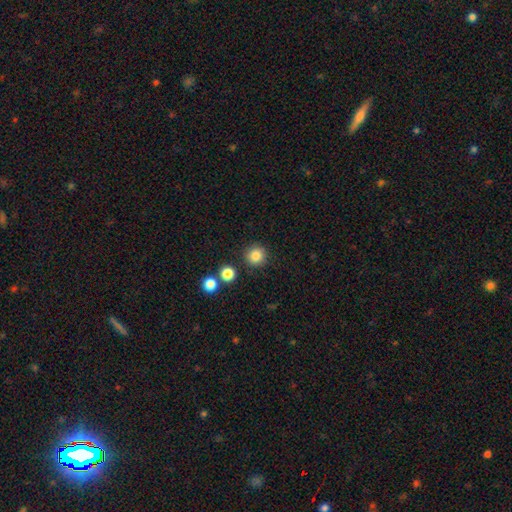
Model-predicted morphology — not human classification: This appears to be a smooth galaxy with no disk features (84%) that is round (94%). Merging: none (89%).